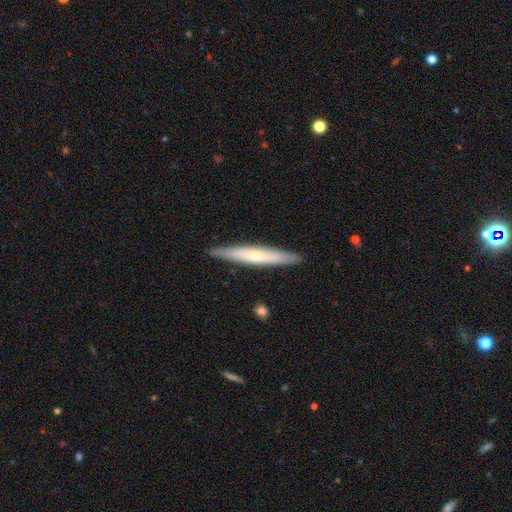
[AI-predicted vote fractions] smooth 48%, featured or disk 47%, star or artifact 5%. Down the decision tree: merging — none (90%).